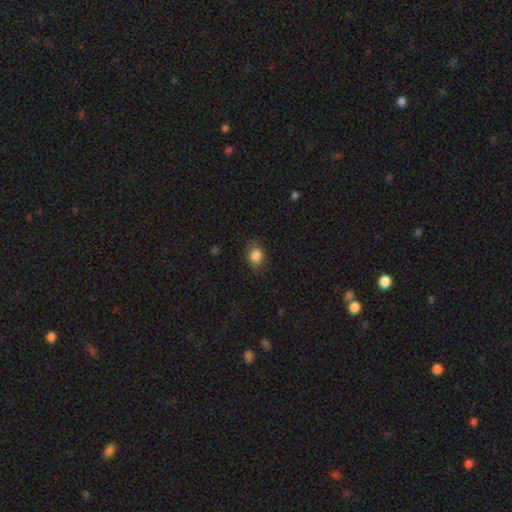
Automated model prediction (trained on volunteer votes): Overall: smooth (85%). How rounded: round (52%; in between 47%). Merging: none (76%).